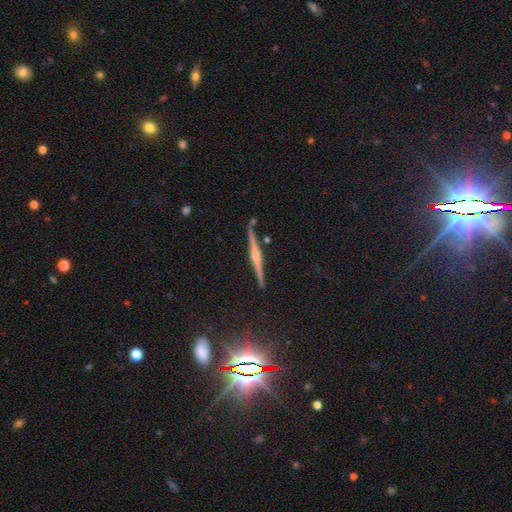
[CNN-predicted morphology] A featured or disk galaxy (78%) viewed edge-on (98%) with a rounded central bulge (71%).

Vote fractions:
- Smooth or featured? featured or disk: 78% / smooth: 13% / star or artifact: 10%
- Edge-on disk? yes: 98% / no: 2%
- Edge-on bulge? rounded: 71% / boxy: 18% / none: 11%
- Merging? none: 87% / minor disturbance: 8% / merger: 2% / major disturbance: 2%